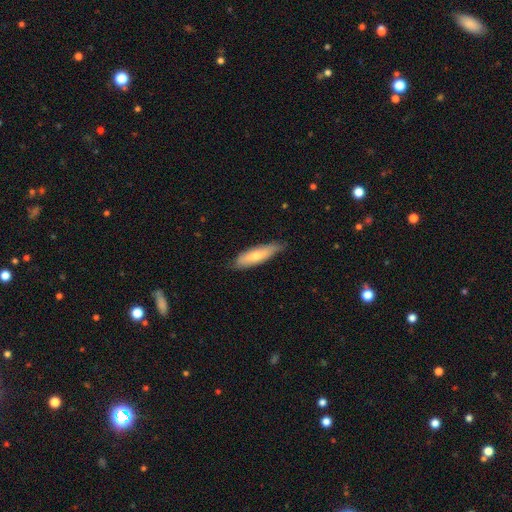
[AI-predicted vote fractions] This is likely a smooth galaxy (66%). How rounded: possibly cigar-shaped (59%). Merging: likely none (74%).